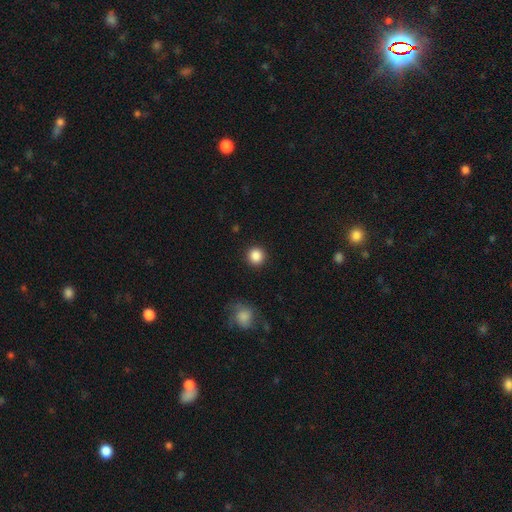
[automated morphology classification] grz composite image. It shows a smooth galaxy with no disk features (87%) that is round (95%). Merging: none (92%).